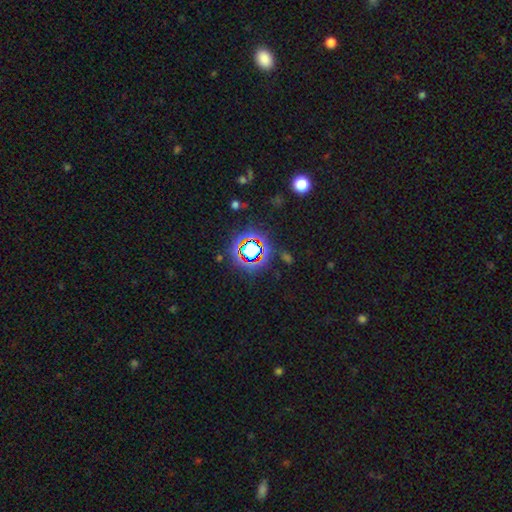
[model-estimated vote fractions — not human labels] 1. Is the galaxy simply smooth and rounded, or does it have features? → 77% star or artifact, 13% smooth, 9% featured or disk.